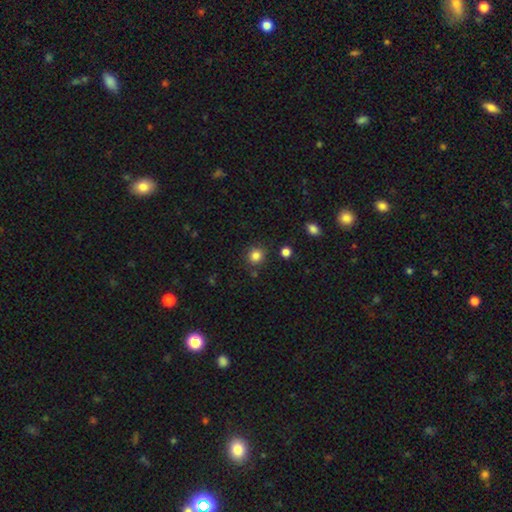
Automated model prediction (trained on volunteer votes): Q: Smooth or featured?
A: smooth (84%); runner-up: star or artifact (12%)
Q: How rounded?
A: round (90%); runner-up: in between (9%)
Q: Merging?
A: none (84%); runner-up: minor disturbance (9%)